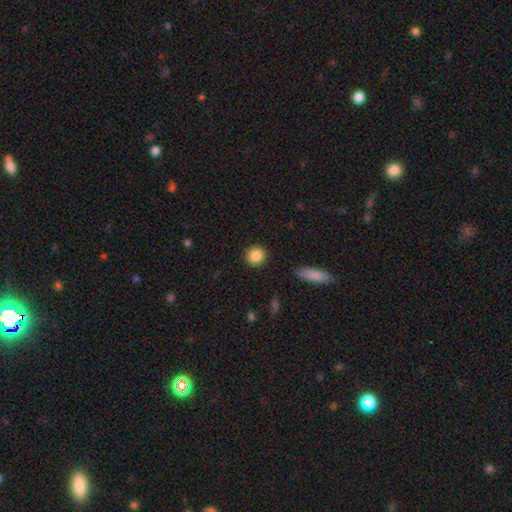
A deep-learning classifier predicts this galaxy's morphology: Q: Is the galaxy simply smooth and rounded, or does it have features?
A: smooth — 87%.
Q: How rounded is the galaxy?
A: round — 90%.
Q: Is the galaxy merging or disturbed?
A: none — 90%.